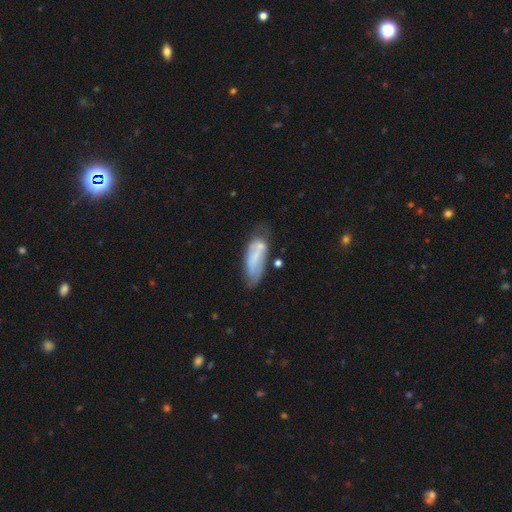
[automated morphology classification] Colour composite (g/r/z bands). It shows a smooth galaxy with no disk features (51%) that is in between round and cigar-shaped (69%). Merging: none (46%).